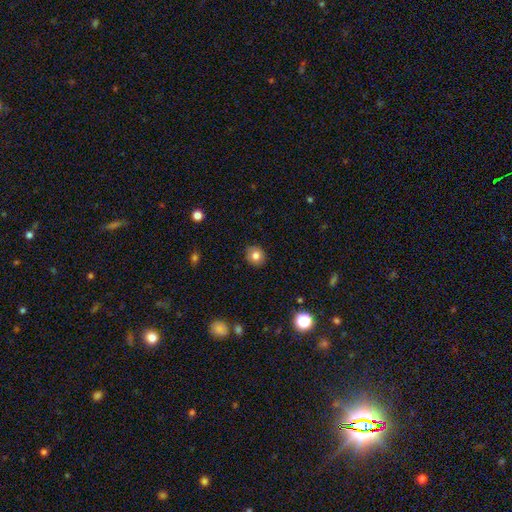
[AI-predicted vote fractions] Smooth or featured: smooth — 79% (star or artifact — 10%)
How rounded: round — 82% (in between — 17%)
Merging: none — 89% (minor disturbance — 8%)